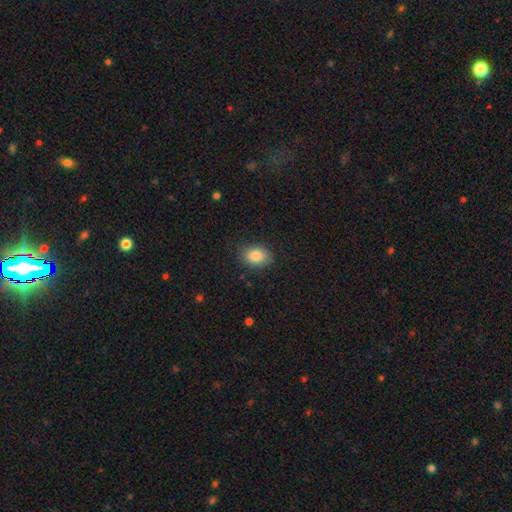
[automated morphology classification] smooth 85%, star or artifact 8%, featured or disk 7%. Down the decision tree: how rounded — in between (71%); merging — none (83%).